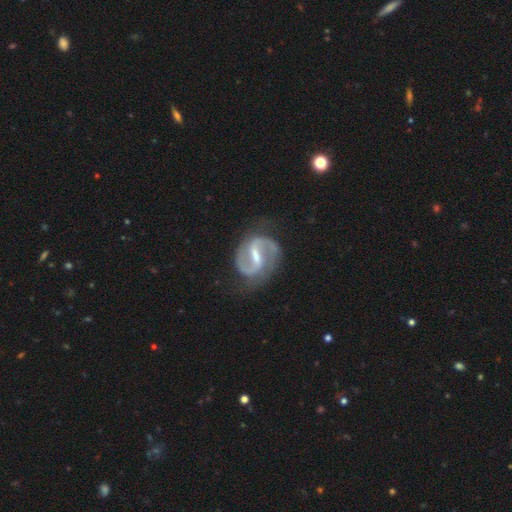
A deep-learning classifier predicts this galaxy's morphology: This is clearly a featured or disk galaxy (91%). It is clearly not viewed edge-on (98%). Bar: possibly strong (53%). Spiral arm pattern: clearly yes (97%). Spiral arm count: clearly 2 (93%). Spiral winding: possibly medium (58%). Central bulge: marginally small (44%). Merging: likely none (77%).